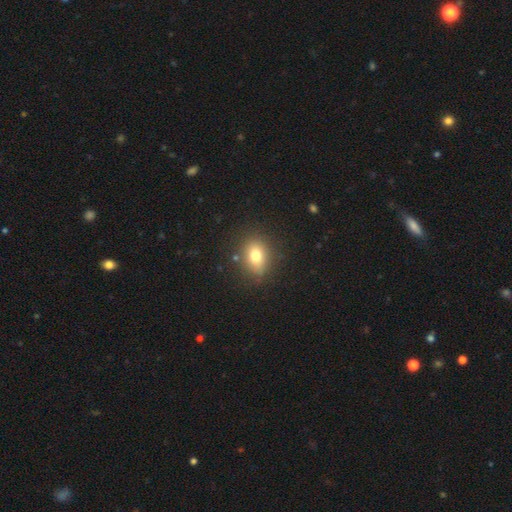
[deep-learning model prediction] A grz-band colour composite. It shows a smooth galaxy with no disk features (76%) that is in between round and cigar-shaped (60%). Merging: none (82%).